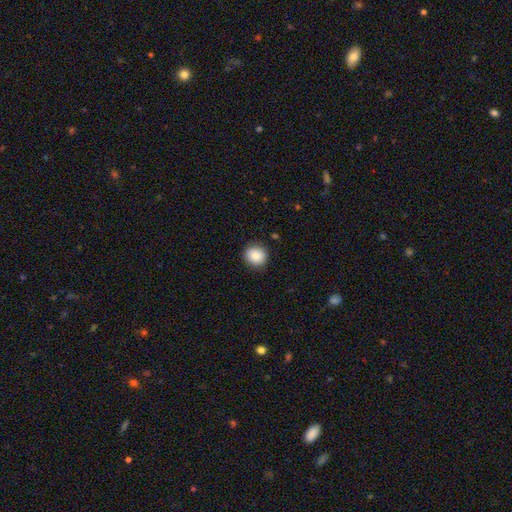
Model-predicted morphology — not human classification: A smooth galaxy with no disk features (86%) that is round (88%).

Vote fractions:
- Smooth or featured? smooth: 86% / star or artifact: 9% / featured or disk: 5%
- How rounded? round: 88% / in between: 11% / cigar-shaped: 1%
- Merging? none: 89% / minor disturbance: 8% / major disturbance: 2% / merger: 1%